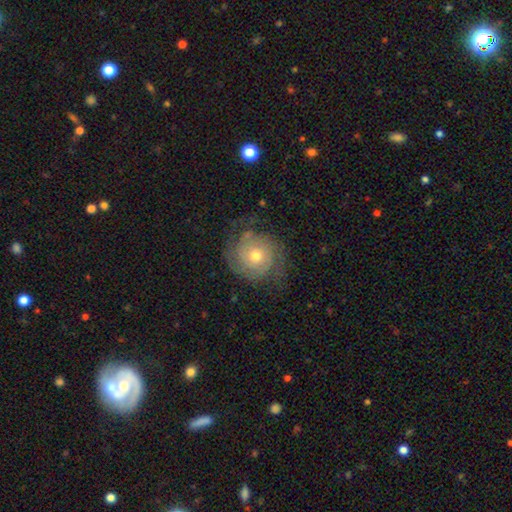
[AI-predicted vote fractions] This appears to be a featured or disk galaxy (70%) with no bar (81%), 2 (57%) tight (59%) spiral arms (89%) and a moderate central bulge (63%). Merging: none (68%).